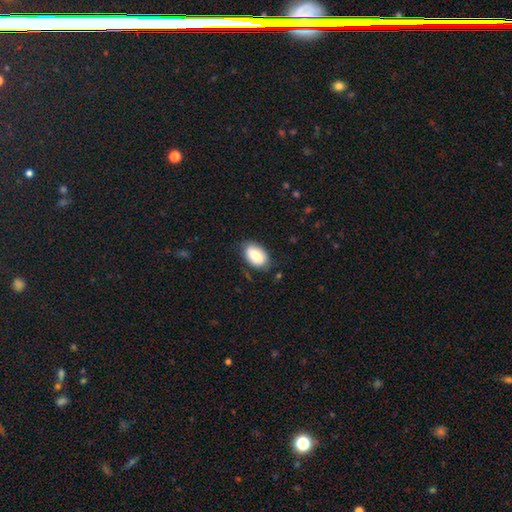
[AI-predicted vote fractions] The model was most divided on "merging": none: 77%, minor disturbance: 17%, major disturbance: 4%, merger: 1%. More confident: how rounded — in between (92%); smooth or featured — smooth (85%).